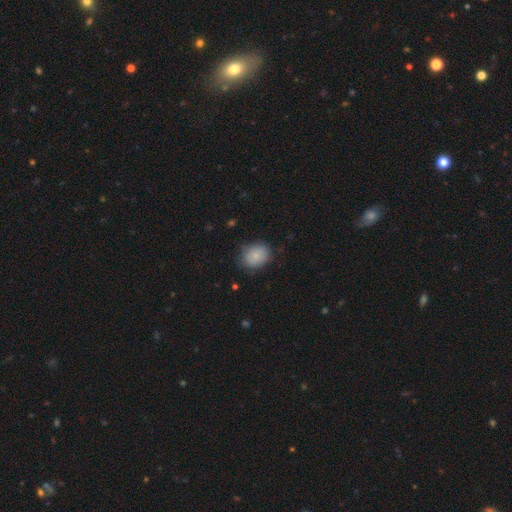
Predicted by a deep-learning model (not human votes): Smooth or featured: smooth — 83% (featured or disk — 10%)
How rounded: in between — 52% (round — 47%)
Merging: none — 75% (minor disturbance — 19%)